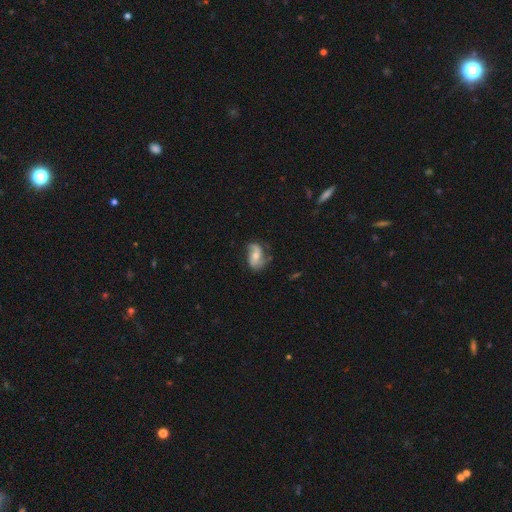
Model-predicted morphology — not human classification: A featured or disk galaxy (67%) with no bar (56%), 2 (82%) loose (50%) spiral arms (89%) and a moderate central bulge (56%).

Vote fractions:
- Smooth or featured? featured or disk: 67% / smooth: 26% / star or artifact: 7%
- Edge-on disk? no: 96% / yes: 4%
- Bar? no: 56% / weak: 31% / strong: 13%
- Spiral arms? yes: 89% / no: 11%
- Spiral winding? loose: 50% / medium: 35% / tight: 16%
- Spiral arm count? 2: 82% / can't tell: 8% / 1: 7% / 3: 2% / 4: 1% / more than 4: 1%
- Bulge size? moderate: 56% / small: 37% / large: 3% / none: 2% / dominant: 1%
- Merging? none: 59% / minor disturbance: 27% / major disturbance: 13% / merger: 2%